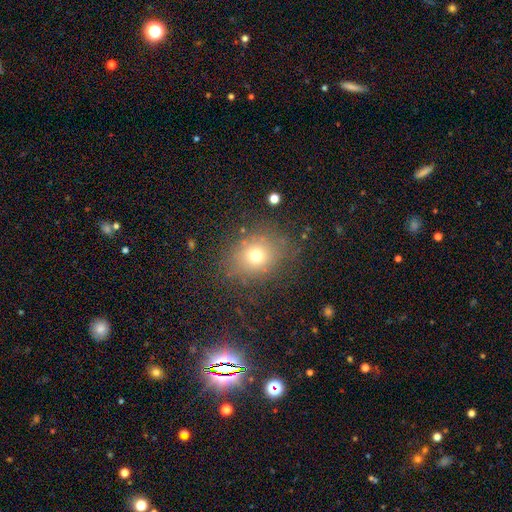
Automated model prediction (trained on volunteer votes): A smooth galaxy with no disk features (69%) that is round (64%). Merging: none (78%).